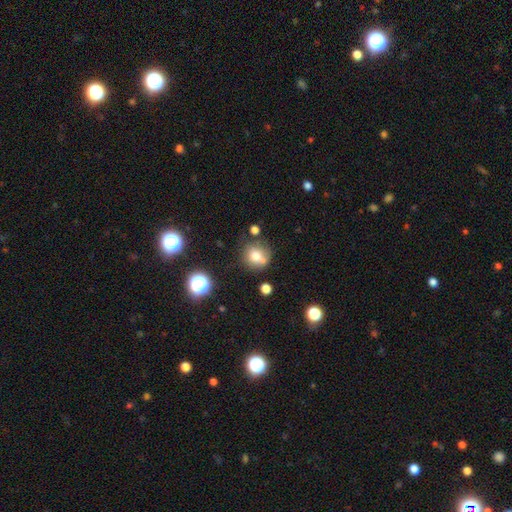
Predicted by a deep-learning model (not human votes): Smooth or featured?
  - smooth: 72% *
  - featured or disk: 14%
  - star or artifact: 14%
How rounded?
  - round: 86% *
  - in between: 13%
  - cigar-shaped: 1%
Merging?
  - none: 58% *
  - merger: 21%
  - minor disturbance: 16%
  - major disturbance: 6%